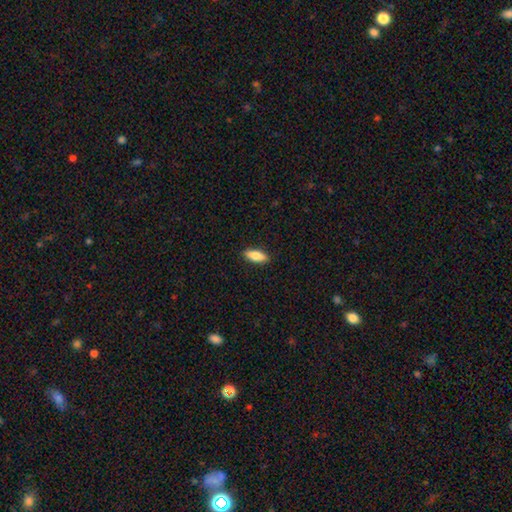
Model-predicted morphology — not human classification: A smooth galaxy with no disk features (83%) that is in between round and cigar-shaped (74%).

Vote fractions:
- Smooth or featured? smooth: 83% / featured or disk: 11% / star or artifact: 6%
- How rounded? in between: 74% / cigar-shaped: 24% / round: 2%
- Merging? none: 90% / minor disturbance: 7% / major disturbance: 2% / merger: 1%